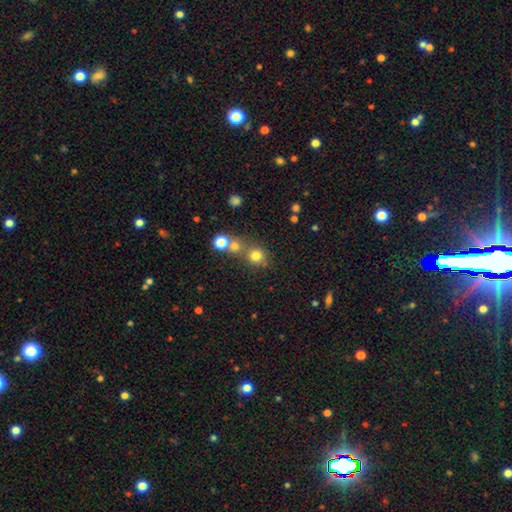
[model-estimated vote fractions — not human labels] Overall: smooth (75%). How rounded: round (89%). Merging: none (59%; merger 29%).